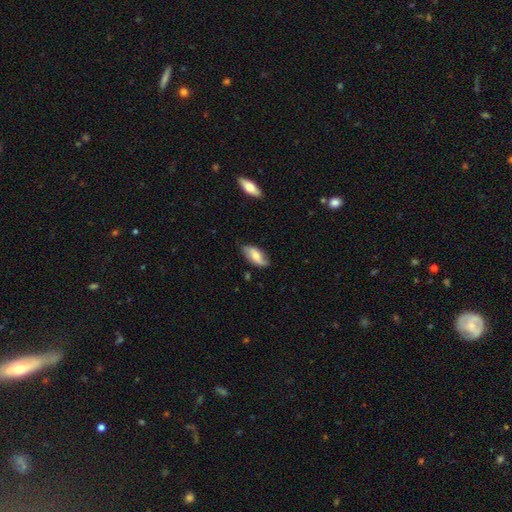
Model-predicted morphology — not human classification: A smooth galaxy with no disk features (53%) that is in between round and cigar-shaped (88%).

Vote fractions:
- Smooth or featured? smooth: 53% / featured or disk: 41% / star or artifact: 6%
- How rounded? in between: 88% / cigar-shaped: 9% / round: 3%
- Merging? none: 75% / minor disturbance: 20% / major disturbance: 4% / merger: 2%